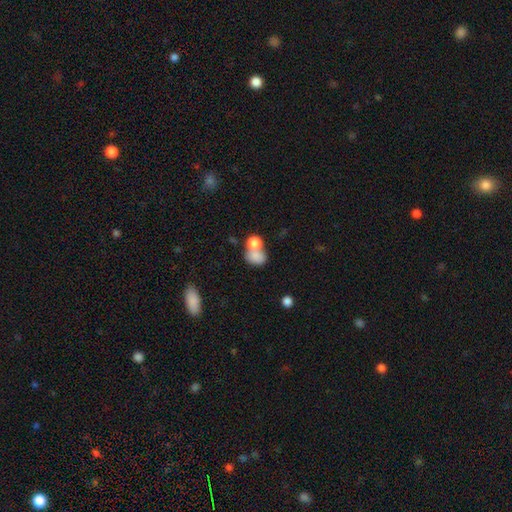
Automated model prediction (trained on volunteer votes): Smooth or featured: smooth — 80% (featured or disk — 11%)
How rounded: in between — 55% (round — 43%)
Merging: merger — 48% (none — 34%)